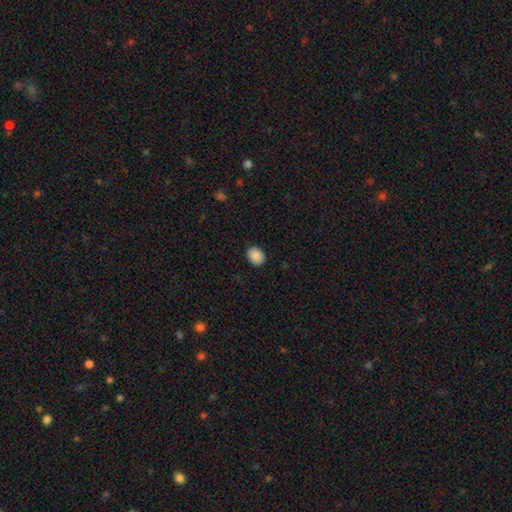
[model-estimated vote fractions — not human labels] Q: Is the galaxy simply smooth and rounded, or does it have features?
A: smooth — 90%.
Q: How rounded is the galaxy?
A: in between — 57%.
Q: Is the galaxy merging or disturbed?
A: none — 89%.